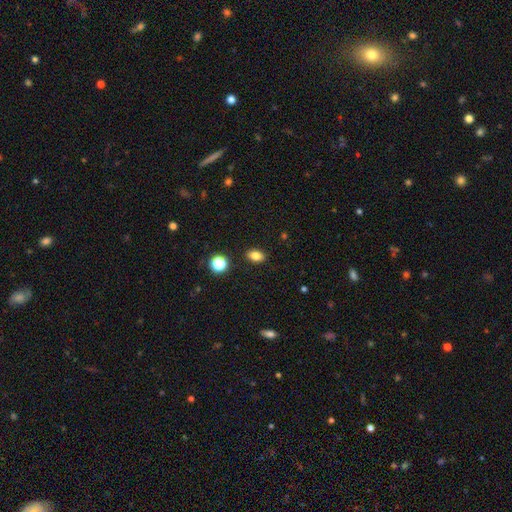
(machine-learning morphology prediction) Smooth or featured?
  - smooth: 81% *
  - star or artifact: 12%
  - featured or disk: 7%
How rounded?
  - in between: 80% *
  - round: 18%
  - cigar-shaped: 2%
Merging?
  - none: 88% *
  - minor disturbance: 8%
  - major disturbance: 2%
  - merger: 2%